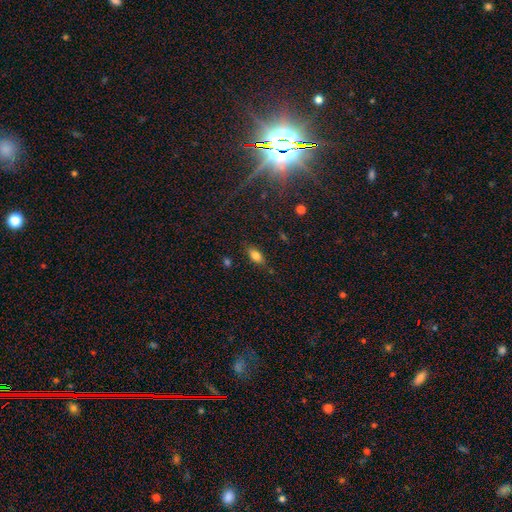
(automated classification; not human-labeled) A smooth galaxy with no disk features (79%) that is in between round and cigar-shaped (86%).

Vote fractions:
- Smooth or featured? smooth: 79% / featured or disk: 12% / star or artifact: 10%
- How rounded? in between: 86% / cigar-shaped: 9% / round: 5%
- Merging? none: 81% / minor disturbance: 14% / major disturbance: 3% / merger: 2%